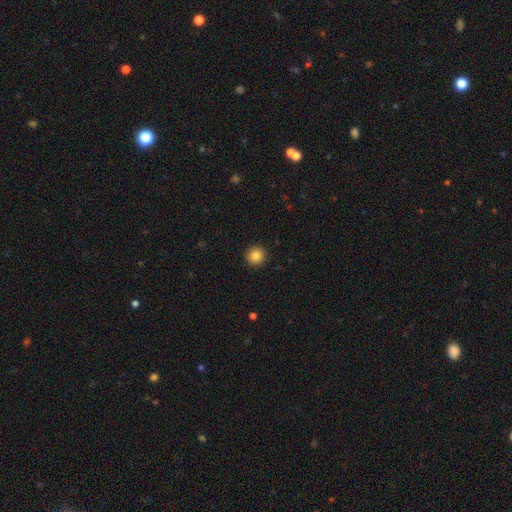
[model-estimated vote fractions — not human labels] smooth-or-featured: smooth: 85% | star or artifact: 10% | featured or disk: 5%
  how-rounded: round: 96% | in between: 3% | cigar-shaped: 1%
  merging: none: 93% | minor disturbance: 4% | major disturbance: 2% | merger: 1%